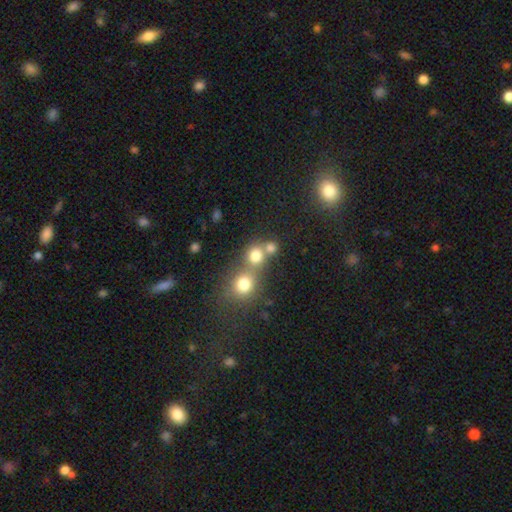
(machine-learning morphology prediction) Overall: smooth (76%). How rounded: round (83%). Merging: merger (47%; none 43%).